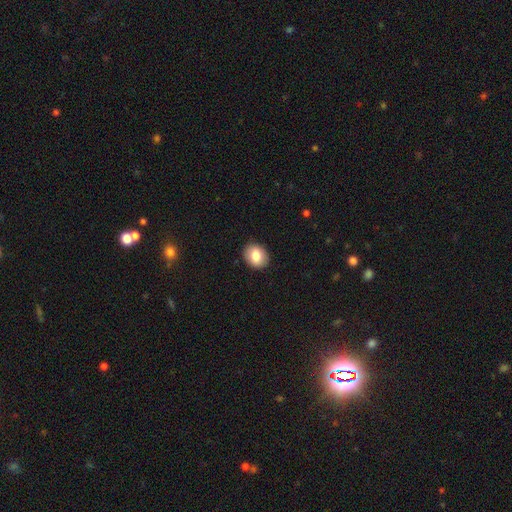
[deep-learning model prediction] smooth-or-featured: smooth: 82% | featured or disk: 10% | star or artifact: 8%
  how-rounded: in between: 52% | round: 47% | cigar-shaped: 1%
  merging: none: 90% | minor disturbance: 7% | major disturbance: 2% | merger: 1%